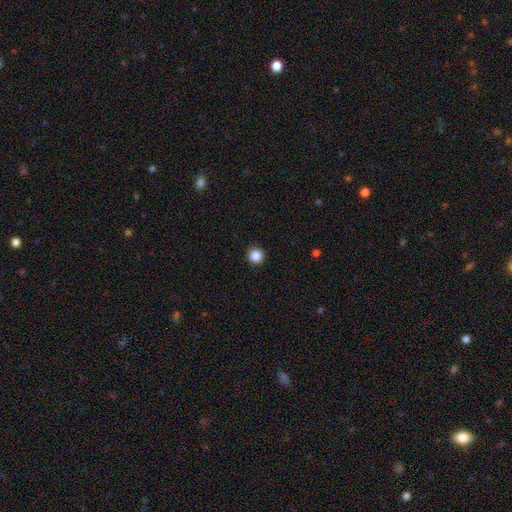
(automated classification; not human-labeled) smooth-or-featured: smooth: 87% | star or artifact: 10% | featured or disk: 3%
  how-rounded: round: 96% | in between: 4% | cigar-shaped: 1%
  merging: none: 92% | minor disturbance: 5% | major disturbance: 2% | merger: 1%